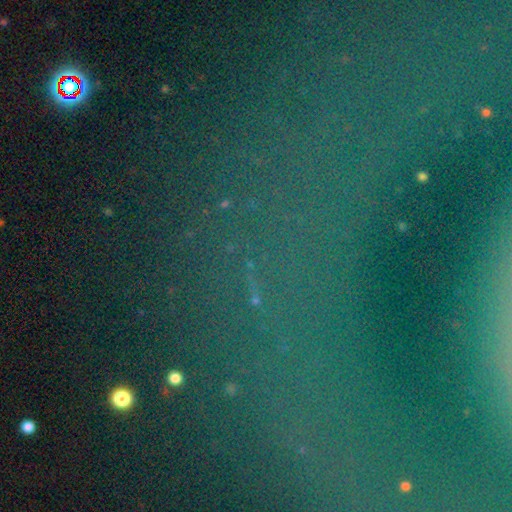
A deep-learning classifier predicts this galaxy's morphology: Q: Smooth or featured?
A: star or artifact (73%); runner-up: smooth (14%)